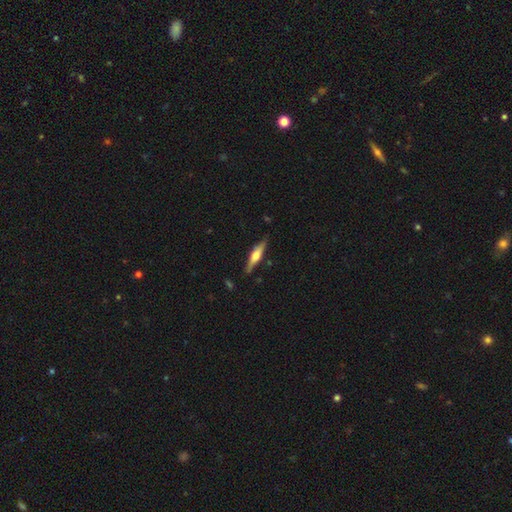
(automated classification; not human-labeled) The model was most divided on "smooth or featured": featured or disk: 63%, smooth: 31%, star or artifact: 6%. More confident: edge-on disk — yes (96%); edge-on bulge — rounded (89%); merging — none (85%).